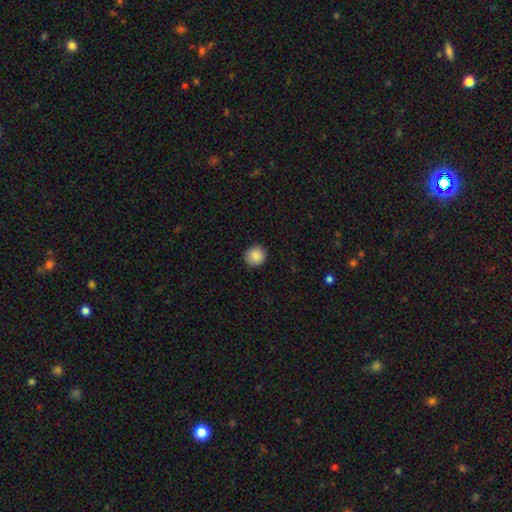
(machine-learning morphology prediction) A smooth galaxy with no disk features (88%) that is round (89%).

Vote fractions:
- Smooth or featured? smooth: 88% / star or artifact: 8% / featured or disk: 3%
- How rounded? round: 89% / in between: 10% / cigar-shaped: 1%
- Merging? none: 91% / minor disturbance: 6% / major disturbance: 2% / merger: 1%